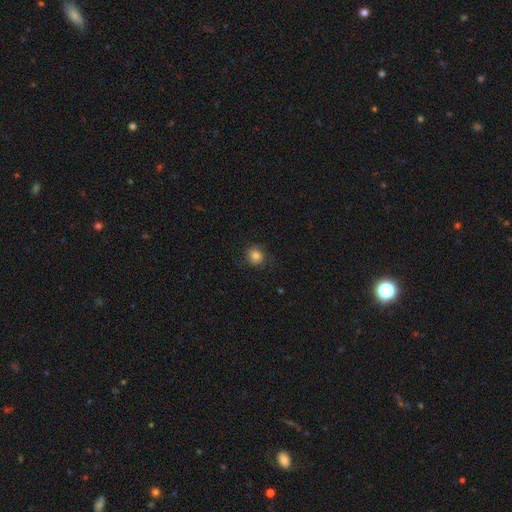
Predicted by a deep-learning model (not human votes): smooth_or_featured: smooth (p=0.83) [alt: star or artifact p=0.11]
how_rounded: round (p=0.82) [alt: in between p=0.17]
merging: none (p=0.81) [alt: minor disturbance p=0.14]